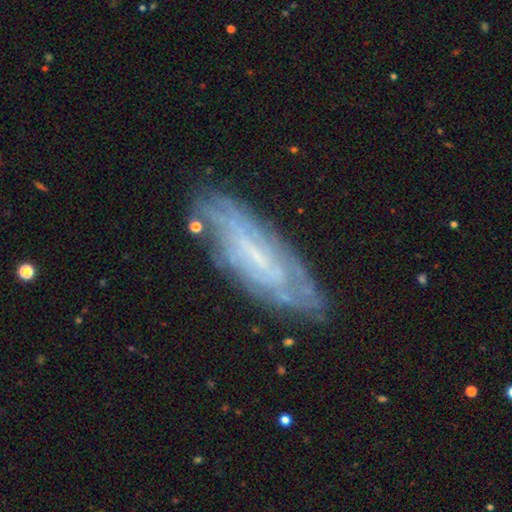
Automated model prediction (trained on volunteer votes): Smooth or featured: featured or disk — 67% (smooth — 25%)
Edge-on disk: no — 75% (yes — 25%)
Bar: no — 40% (tied with weak — 40%)
Spiral arms: yes — 66% (no — 34%)
Bulge size: small — 51% (none — 31%)
Merging: none — 75% (minor disturbance — 17%)